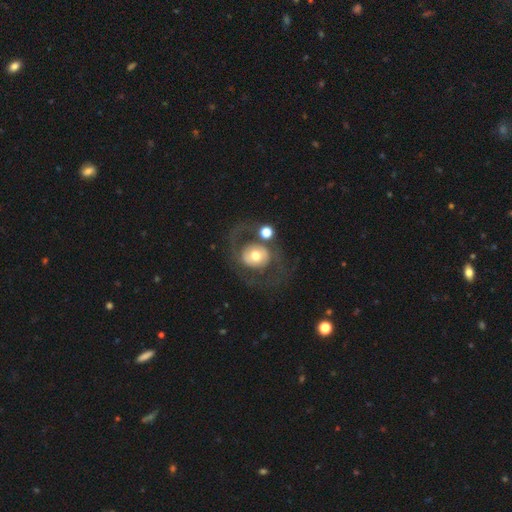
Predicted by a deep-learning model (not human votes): Smooth or featured?
  - featured or disk: 59% *
  - smooth: 34%
  - star or artifact: 7%
Edge-on disk?
  - no: 96% *
  - yes: 4%
Bar?
  - no: 72% *
  - weak: 20%
  - strong: 8%
Spiral arms?
  - no: 54% *
  - yes: 46%
Bulge size?
  - moderate: 68% *
  - large: 18%
  - small: 10%
  - dominant: 3%
  - none: 1%
Merging?
  - none: 55% *
  - major disturbance: 21%
  - minor disturbance: 14%
  - merger: 10%